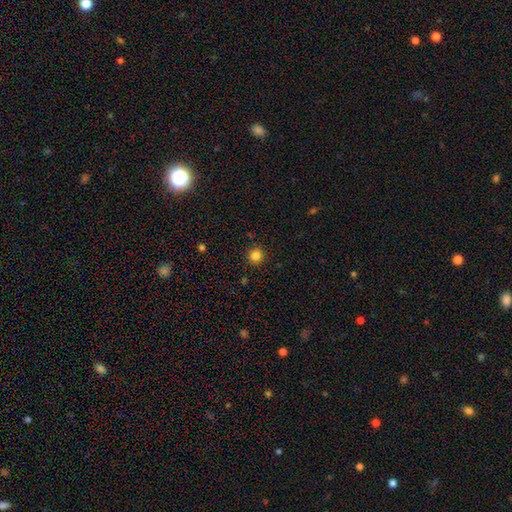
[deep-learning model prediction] A smooth galaxy with no disk features (83%) that is round (94%). Merging: none (91%).